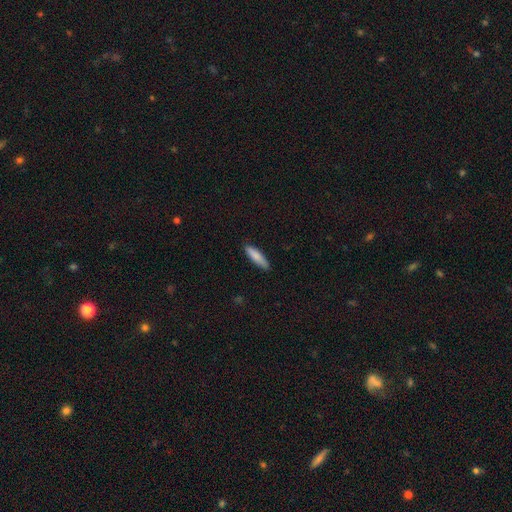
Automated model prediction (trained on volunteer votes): This appears to be a smooth galaxy with no disk features (84%) that is cigar-shaped (75%). Merging: none (86%).